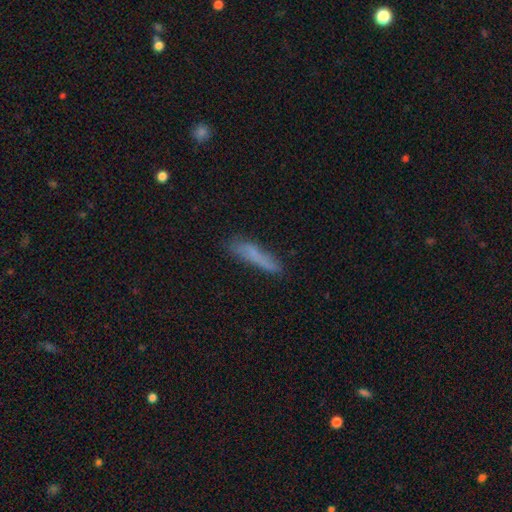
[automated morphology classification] Smooth or featured? smooth (70%)
How rounded? cigar-shaped (86%)
Merging? none (72%)